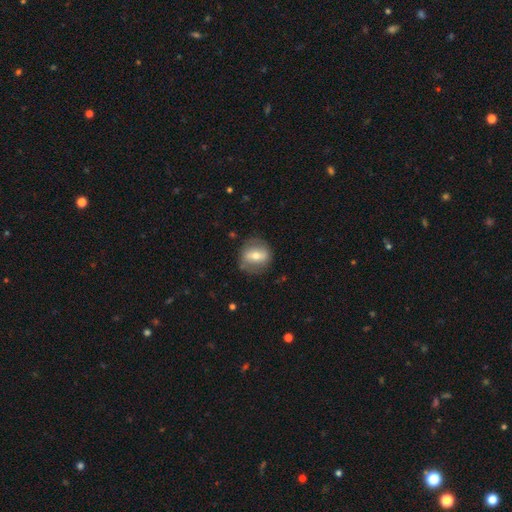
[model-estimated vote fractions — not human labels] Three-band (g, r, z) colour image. It shows a smooth galaxy with no disk features (48%). Merging: none (78%).